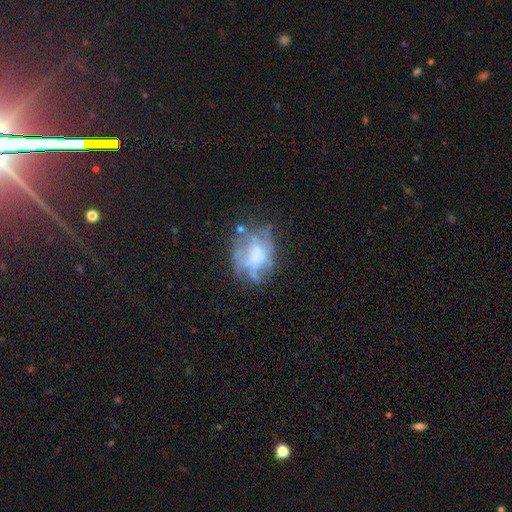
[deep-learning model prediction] smooth_or_featured: featured or disk (p=0.57) [alt: smooth p=0.31]
disk_edge_on: no (p=0.97) [alt: yes p=0.03]
bar: no (p=0.79) [alt: weak p=0.16]
has_spiral_arms: no (p=0.77) [alt: yes p=0.23]
bulge_size: none (p=0.40) [alt: moderate p=0.26]
merging: none (p=0.42) [alt: major disturbance p=0.26]